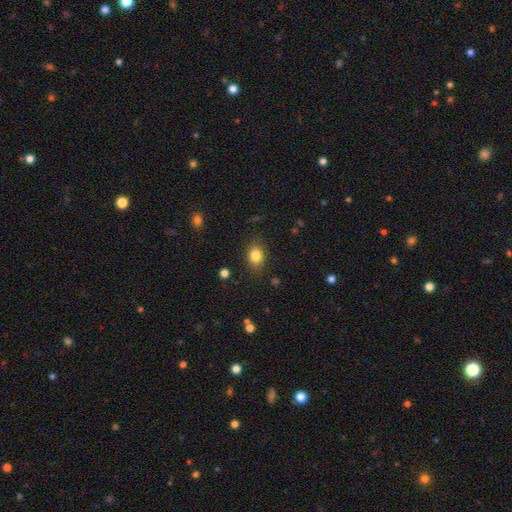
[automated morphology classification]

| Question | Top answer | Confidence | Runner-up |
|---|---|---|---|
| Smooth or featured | smooth | 82% | star or artifact (10%) |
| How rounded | in between | 63% | round (36%) |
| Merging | none | 83% | minor disturbance (12%) |